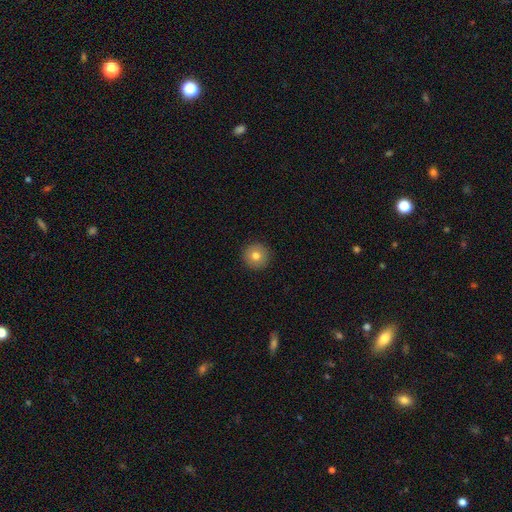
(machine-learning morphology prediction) smooth 78%, featured or disk 13%, star or artifact 9%. Down the decision tree: how rounded — round (96%); merging — none (93%).